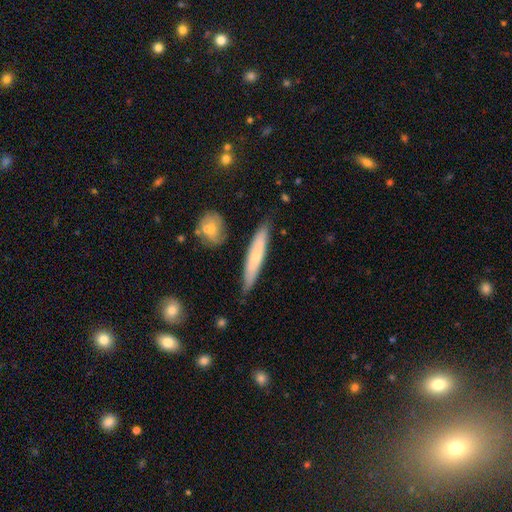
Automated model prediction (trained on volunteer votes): Smooth or featured?
  - smooth: 58% *
  - featured or disk: 36%
  - star or artifact: 6%
How rounded?
  - cigar-shaped: 91% *
  - in between: 7%
  - round: 2%
Merging?
  - none: 81% *
  - minor disturbance: 14%
  - merger: 3%
  - major disturbance: 2%